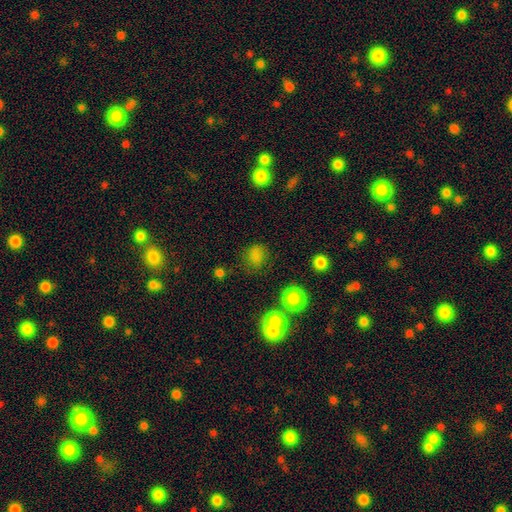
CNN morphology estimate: Smooth or featured? smooth (76%)
How rounded? round (62%)
Merging? none (72%)